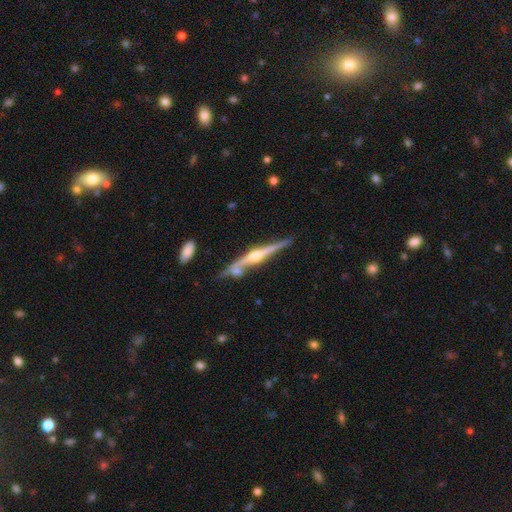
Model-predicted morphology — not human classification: smooth_or_featured: featured or disk (p=0.84) [alt: smooth p=0.11]
disk_edge_on: yes (p=0.98) [alt: no p=0.02]
edge_on_bulge: rounded (p=0.92) [alt: none p=0.04]
merging: none (p=0.72) [alt: merger p=0.13]